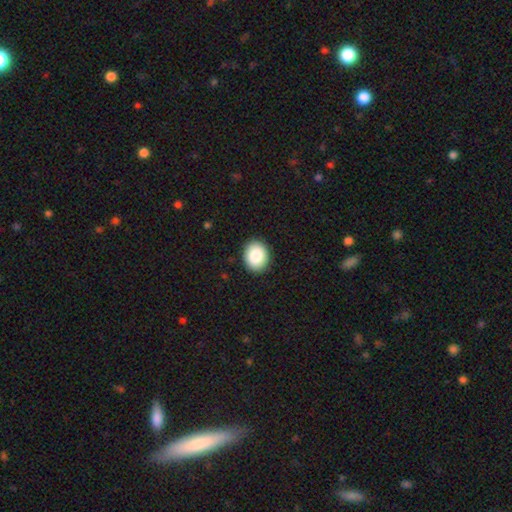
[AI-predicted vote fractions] This is clearly a smooth galaxy (87%). How rounded: possibly in between (51%). Merging: clearly none (90%).